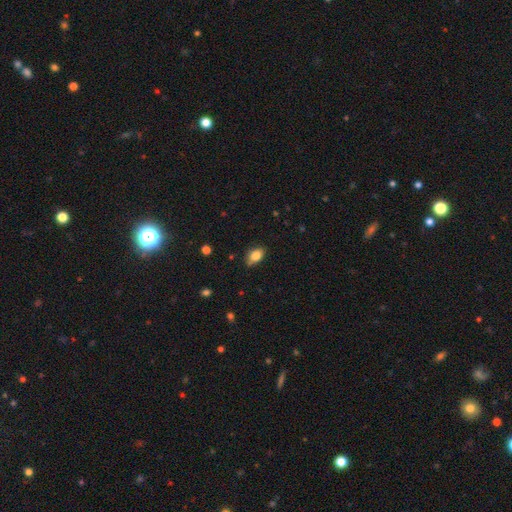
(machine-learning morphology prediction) smooth_or_featured: smooth (p=0.81) [alt: featured or disk p=0.11]
how_rounded: in between (p=0.88) [alt: round p=0.10]
merging: none (p=0.77) [alt: minor disturbance p=0.18]